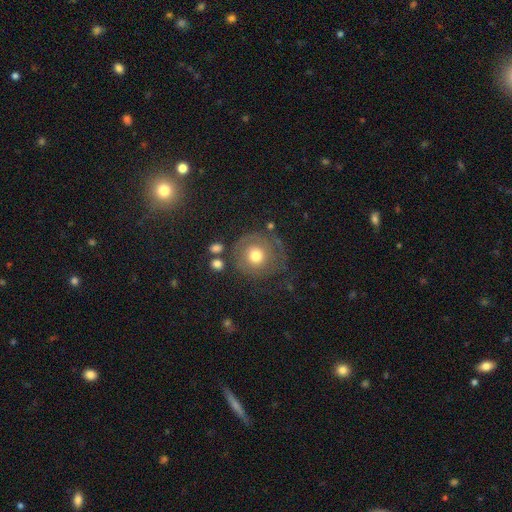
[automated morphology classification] A smooth galaxy with no disk features (56%) that is round (91%). Merging: none (64%).